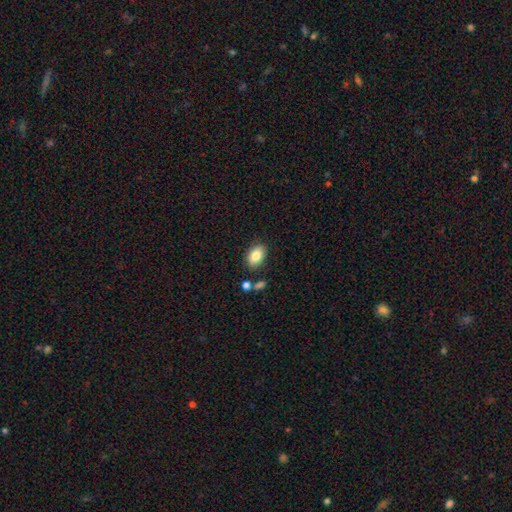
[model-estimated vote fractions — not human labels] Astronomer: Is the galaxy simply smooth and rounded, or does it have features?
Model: smooth — 85%.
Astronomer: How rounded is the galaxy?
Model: in between — 88%.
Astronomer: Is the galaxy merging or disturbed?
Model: none — 83%.